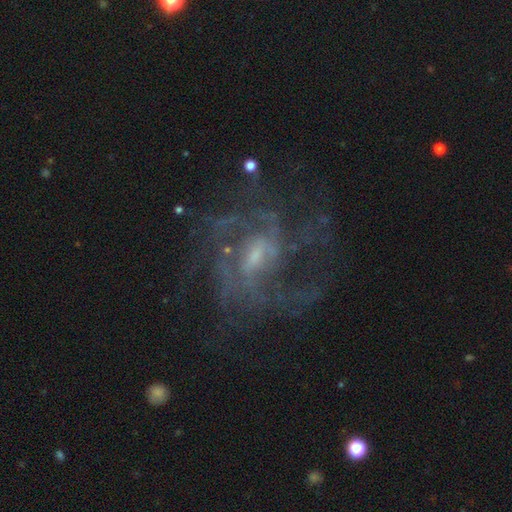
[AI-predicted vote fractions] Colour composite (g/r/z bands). It shows a featured or disk galaxy (81%) with a weak bar (51%), medium (47%) spiral arms (86%) and a small central bulge (56%). Merging: none (57%).